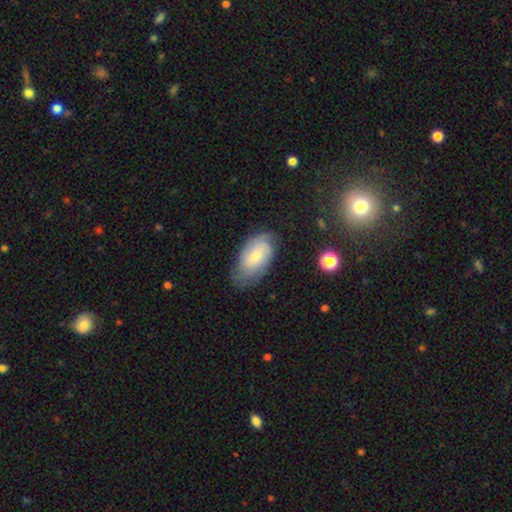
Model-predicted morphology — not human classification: Smooth or featured?
  - featured or disk: 49% *
  - smooth: 44%
  - star or artifact: 7%
Merging?
  - none: 68% *
  - minor disturbance: 23%
  - major disturbance: 7%
  - merger: 1%